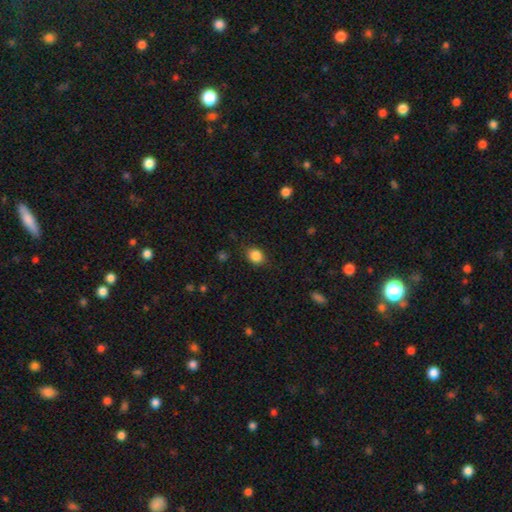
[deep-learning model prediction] Morphology: type=smooth (86%); roundness=round (52%); merging=none (82%).